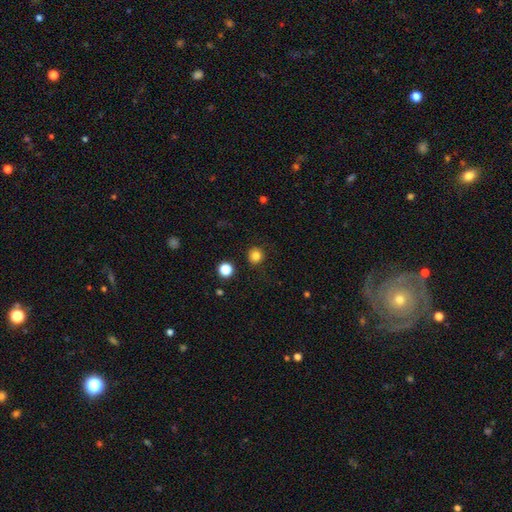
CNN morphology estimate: smooth_or_featured: smooth (p=0.83) [alt: star or artifact p=0.12]
how_rounded: round (p=0.92) [alt: in between p=0.07]
merging: none (p=0.89) [alt: minor disturbance p=0.07]